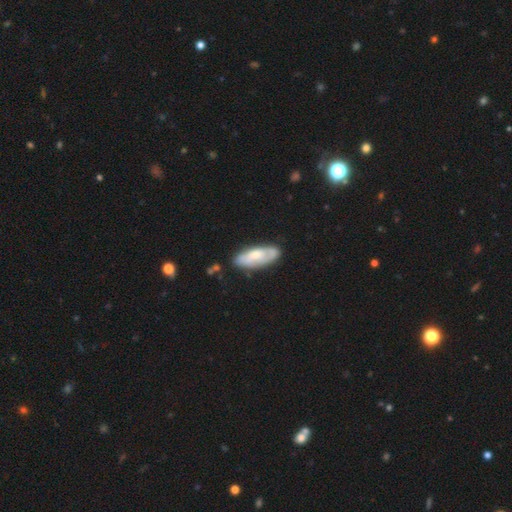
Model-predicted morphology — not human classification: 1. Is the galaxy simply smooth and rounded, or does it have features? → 52% smooth, 42% featured or disk, 5% star or artifact.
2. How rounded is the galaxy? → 74% in between, 24% cigar-shaped, 2% round.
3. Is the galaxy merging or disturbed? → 75% none, 18% minor disturbance, 4% major disturbance, 3% merger.